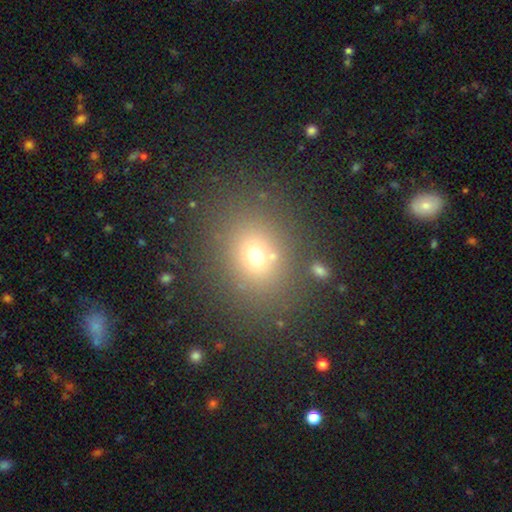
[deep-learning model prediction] Smooth or featured?
  - smooth: 65% *
  - star or artifact: 22%
  - featured or disk: 13%
How rounded?
  - round: 57% *
  - in between: 42%
  - cigar-shaped: 1%
Merging?
  - none: 78% *
  - minor disturbance: 10%
  - merger: 7%
  - major disturbance: 5%